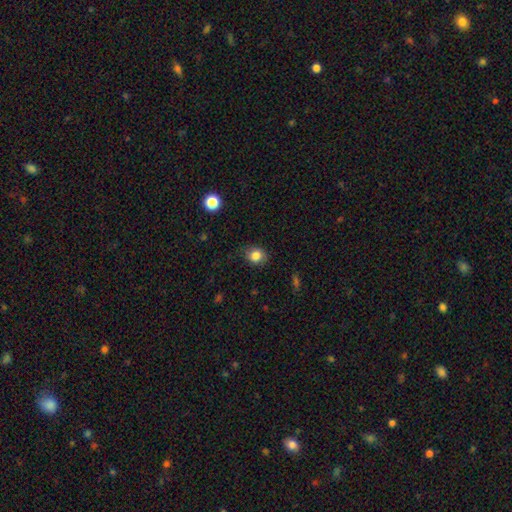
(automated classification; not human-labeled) A smooth galaxy with no disk features (83%) that is round (69%). Merging: none (83%).